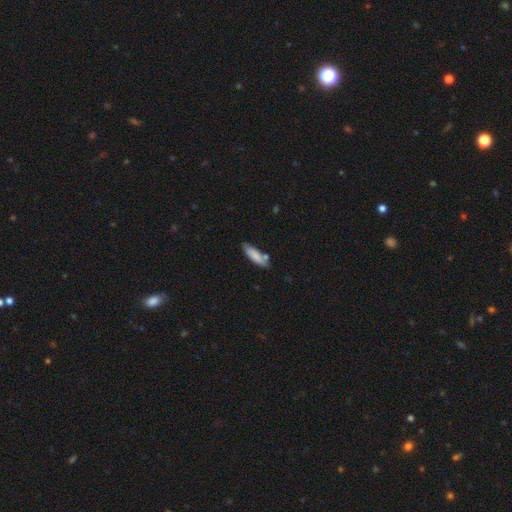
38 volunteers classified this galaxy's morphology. A smooth galaxy with no disk features (92%) that is cigar-shaped (60%). Merging: none (71%).